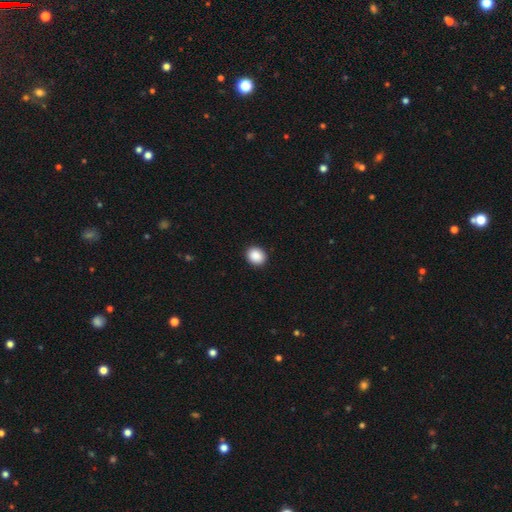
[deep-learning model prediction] Smooth or featured? smooth (90%)
How rounded? round (68%)
Merging? none (92%)